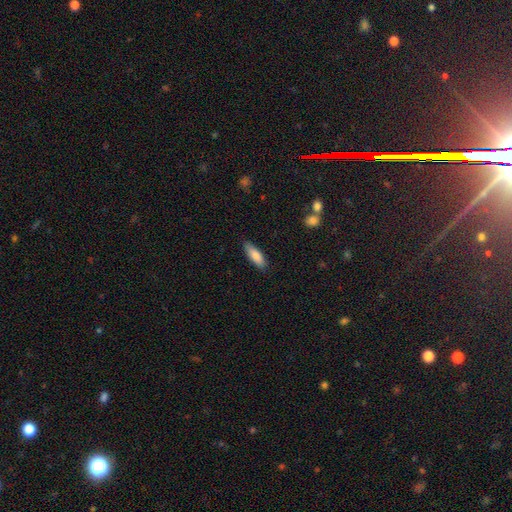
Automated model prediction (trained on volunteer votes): This is clearly a smooth galaxy (83%). How rounded: possibly in between (55%). Merging: clearly none (85%).